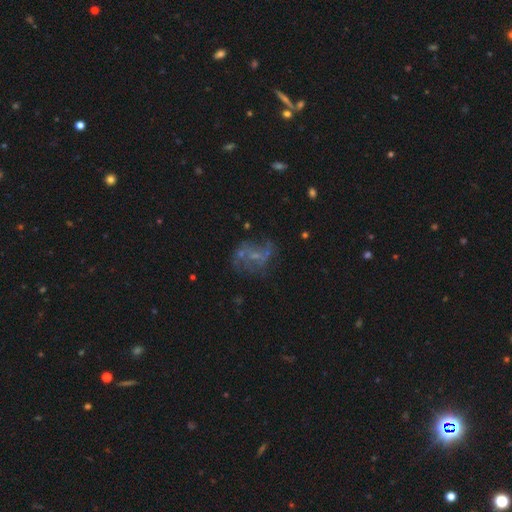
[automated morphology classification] Q: Smooth or featured?
A: featured or disk (60%); runner-up: smooth (21%)
Q: Edge-on disk?
A: no (97%); runner-up: yes (3%)
Q: Bar?
A: no (65%); runner-up: weak (29%)
Q: Spiral arms?
A: yes (57%); runner-up: no (43%)
Q: Bulge size?
A: small (55%); runner-up: none (29%)
Q: Merging?
A: none (50%); runner-up: major disturbance (24%)